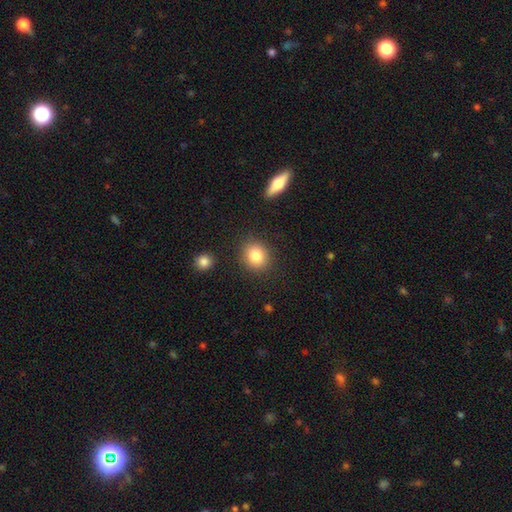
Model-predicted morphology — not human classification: A smooth galaxy with no disk features (83%) that is round (79%). Merging: none (86%).